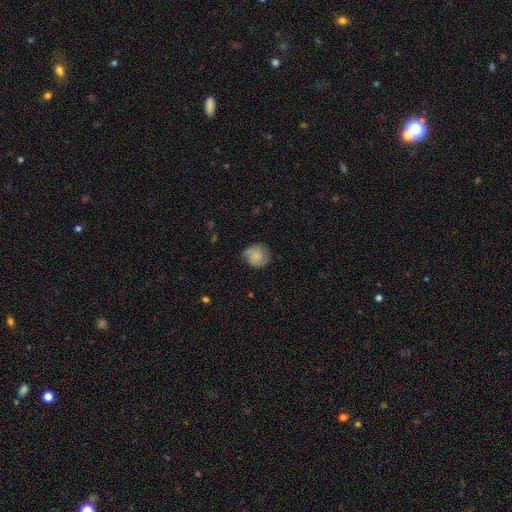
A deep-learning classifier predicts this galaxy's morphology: type=smooth (60%); roundness=round (84%); merging=none (67%).